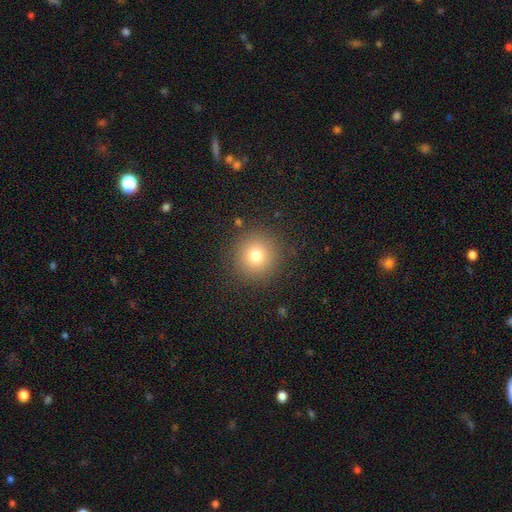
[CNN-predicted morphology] type=smooth (76%); roundness=round (95%); merging=none (88%).